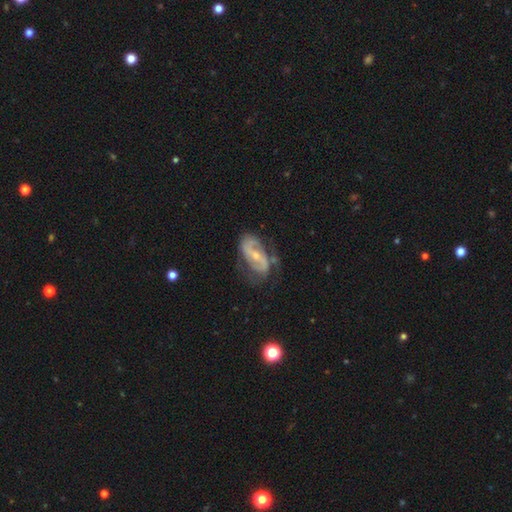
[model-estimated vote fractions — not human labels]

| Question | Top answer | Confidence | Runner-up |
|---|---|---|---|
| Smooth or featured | featured or disk | 84% | smooth (11%) |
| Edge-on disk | no | 95% | yes (5%) |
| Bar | weak | 37% | strong (36%) |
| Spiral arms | yes | 91% | no (9%) |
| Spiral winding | medium | 46% | loose (28%) |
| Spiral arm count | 2 | 84% | can't tell (8%) |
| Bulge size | small | 57% | moderate (39%) |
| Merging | none | 58% | minor disturbance (25%) |